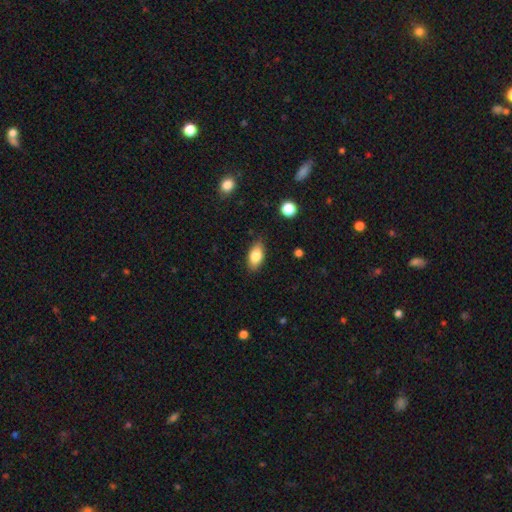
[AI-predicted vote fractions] This is likely a smooth galaxy (79%). How rounded: clearly in between (88%). Merging: clearly none (85%).